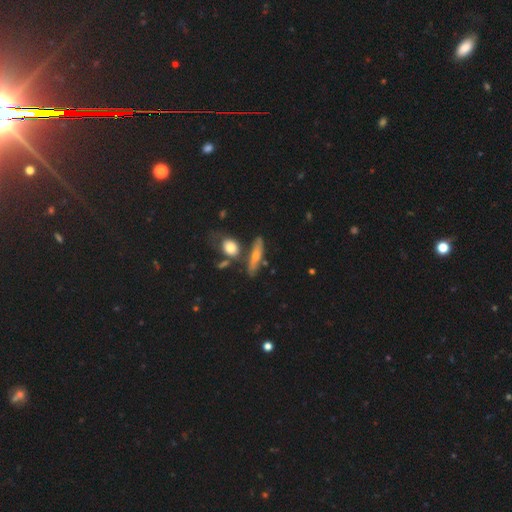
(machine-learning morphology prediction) Smooth or featured? smooth (53%)
How rounded? cigar-shaped (63%)
Merging? none (63%)